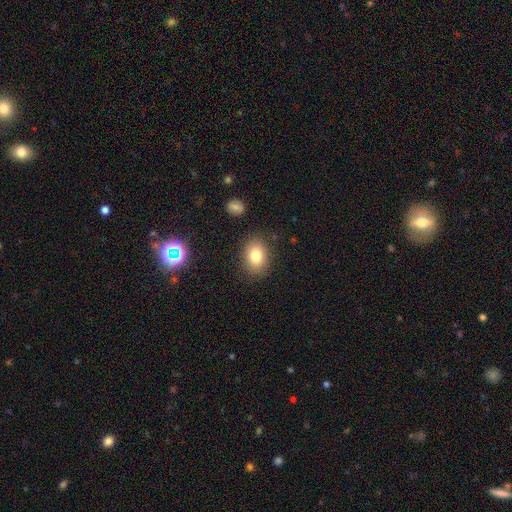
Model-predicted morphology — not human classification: Smooth or featured? smooth (80%)
How rounded? in between (67%)
Merging? none (85%)